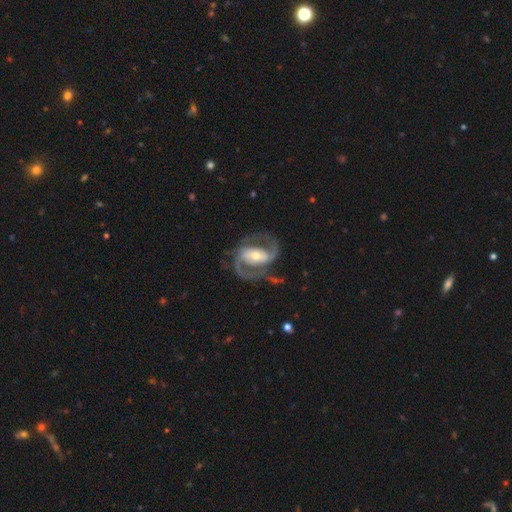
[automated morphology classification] A featured or disk galaxy (91%) with a strong bar (43%), 2 (92%) medium (61%) spiral arms (97%) and a moderate central bulge (54%). Merging: none (75%).